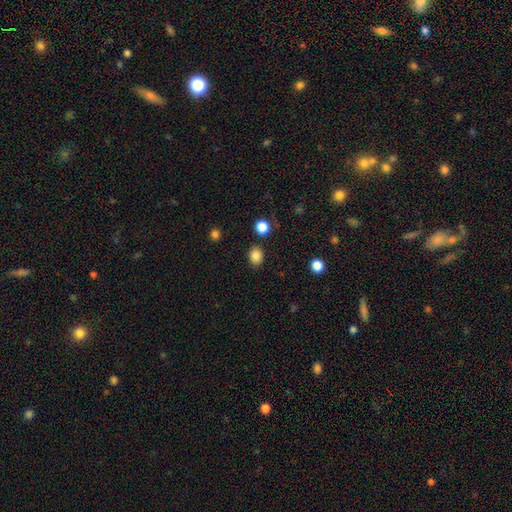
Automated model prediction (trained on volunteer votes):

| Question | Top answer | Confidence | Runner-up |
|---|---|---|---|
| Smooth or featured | smooth | 85% | star or artifact (11%) |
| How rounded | round | 53% | in between (46%) |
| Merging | none | 85% | minor disturbance (9%) |